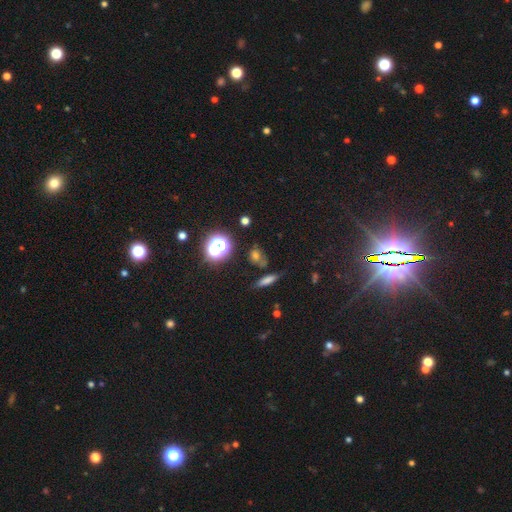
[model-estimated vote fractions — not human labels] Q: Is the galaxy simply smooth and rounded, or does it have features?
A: smooth — 55%.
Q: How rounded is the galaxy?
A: round — 54%.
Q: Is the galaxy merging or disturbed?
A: none — 72%.